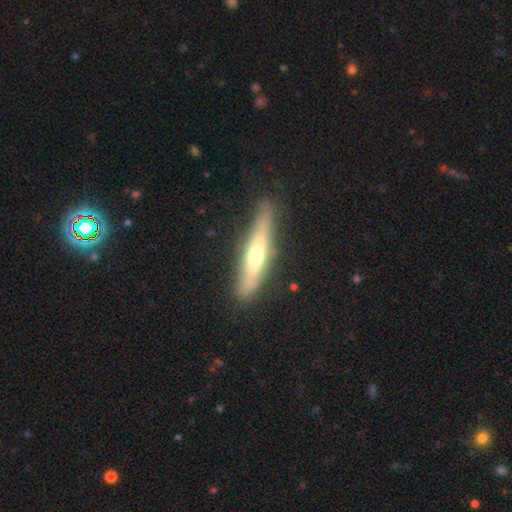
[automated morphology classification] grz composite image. It shows a featured or disk galaxy (57%) viewed edge-on (87%). Merging: none (83%).